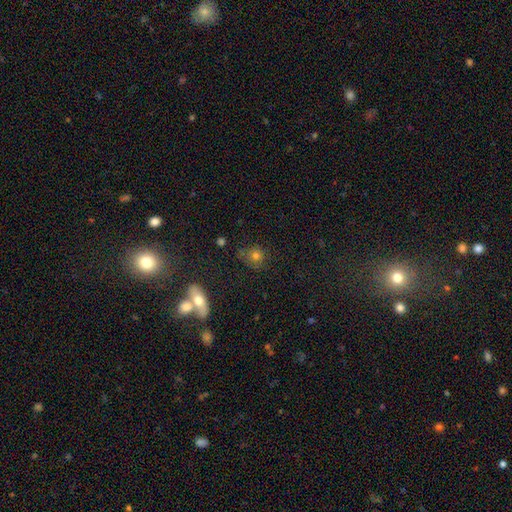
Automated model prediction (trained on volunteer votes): A smooth galaxy with no disk features (69%) that is round (81%).

Vote fractions:
- Smooth or featured? smooth: 69% / star or artifact: 16% / featured or disk: 15%
- How rounded? round: 81% / in between: 17% / cigar-shaped: 2%
- Merging? none: 69% / minor disturbance: 18% / major disturbance: 7% / merger: 6%